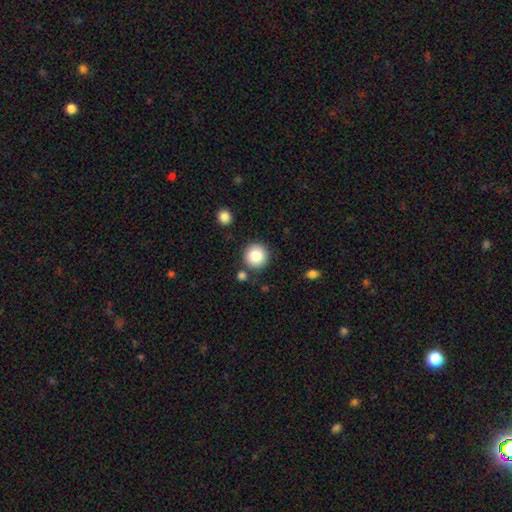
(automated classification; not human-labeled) Morphology: type=smooth (85%); roundness=round (94%); merging=none (84%).